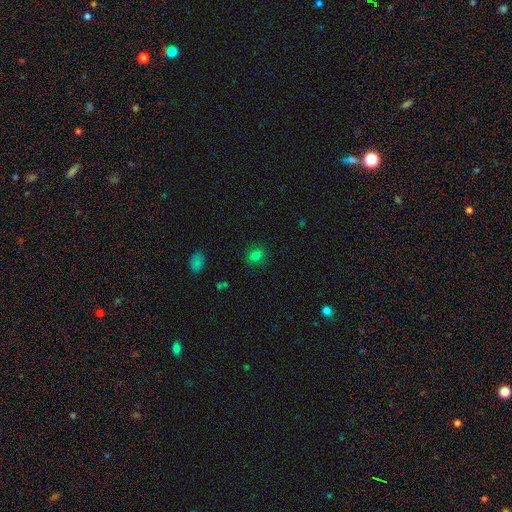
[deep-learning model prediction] Morphology: type=smooth (77%); roundness=round (69%); merging=none (87%).